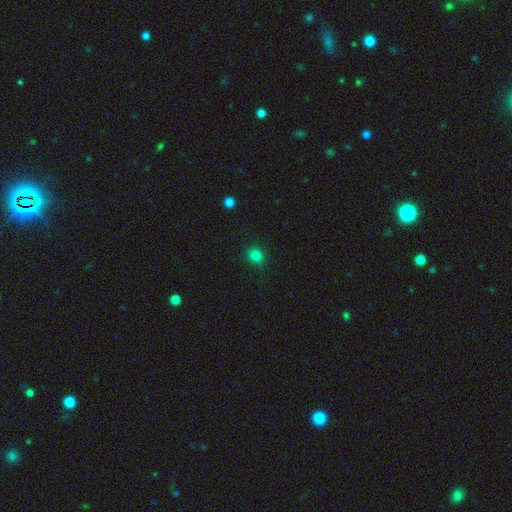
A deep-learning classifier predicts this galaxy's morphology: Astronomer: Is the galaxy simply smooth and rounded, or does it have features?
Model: smooth — 82%.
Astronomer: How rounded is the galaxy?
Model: round — 74%.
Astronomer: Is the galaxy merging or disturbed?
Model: none — 87%.